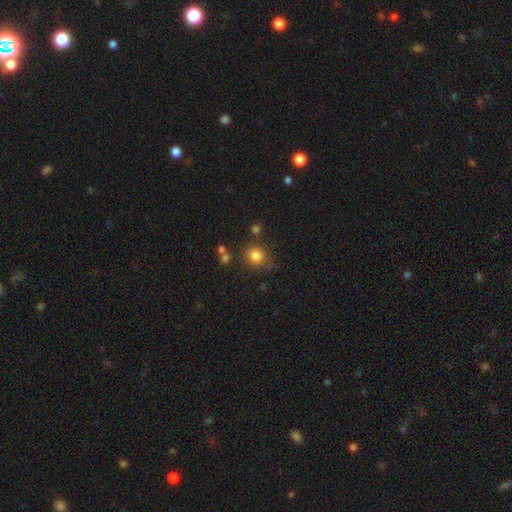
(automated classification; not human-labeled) Q: Smooth or featured?
A: smooth (82%); runner-up: star or artifact (12%)
Q: How rounded?
A: round (86%); runner-up: in between (13%)
Q: Merging?
A: none (77%); runner-up: minor disturbance (12%)